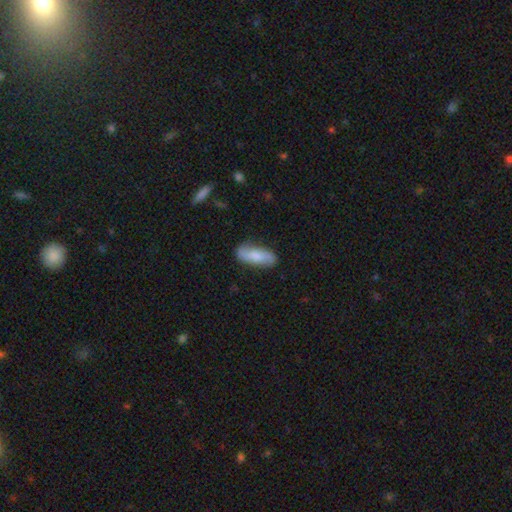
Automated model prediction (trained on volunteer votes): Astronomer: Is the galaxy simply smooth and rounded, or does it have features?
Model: smooth — 58% (runner-up: featured or disk, 36%).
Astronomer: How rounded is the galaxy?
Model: in between — 70%.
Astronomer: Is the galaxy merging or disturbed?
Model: none — 79%.